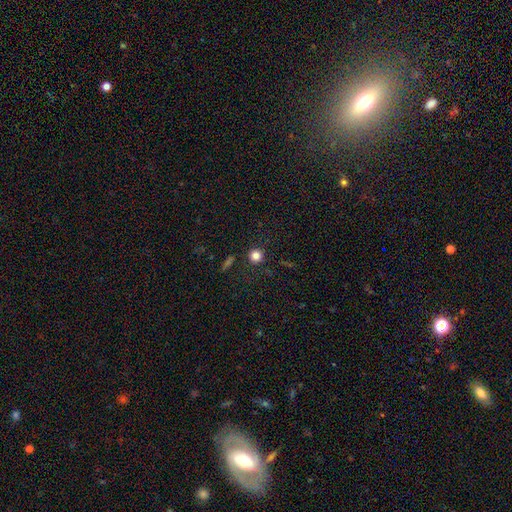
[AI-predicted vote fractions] This is clearly a smooth galaxy (82%). How rounded: clearly round (93%). Merging: clearly none (89%).